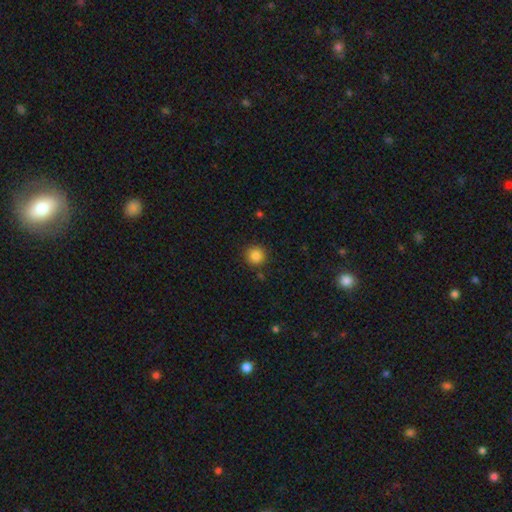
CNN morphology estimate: smooth_or_featured: smooth (p=0.85) [alt: star or artifact p=0.11]
how_rounded: round (p=0.94) [alt: in between p=0.05]
merging: none (p=0.88) [alt: minor disturbance p=0.08]